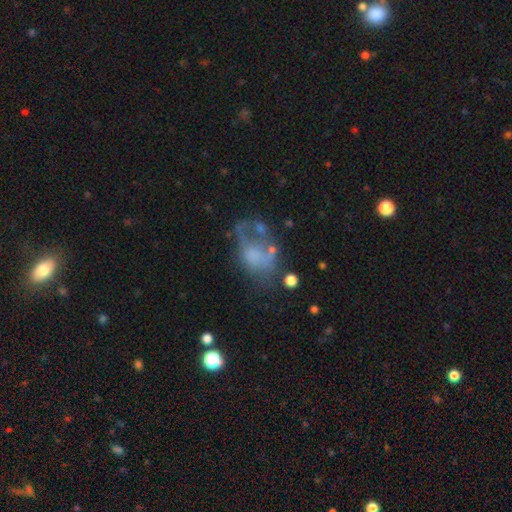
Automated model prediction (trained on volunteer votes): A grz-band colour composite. It shows a featured or disk galaxy (45%). Merging: major disturbance (40%).